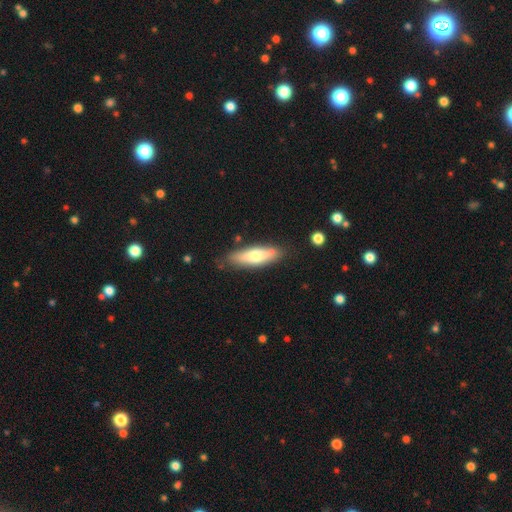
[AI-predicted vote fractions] smooth 61%, featured or disk 33%, star or artifact 6%. Down the decision tree: how rounded — cigar-shaped (57%); merging — none (79%).